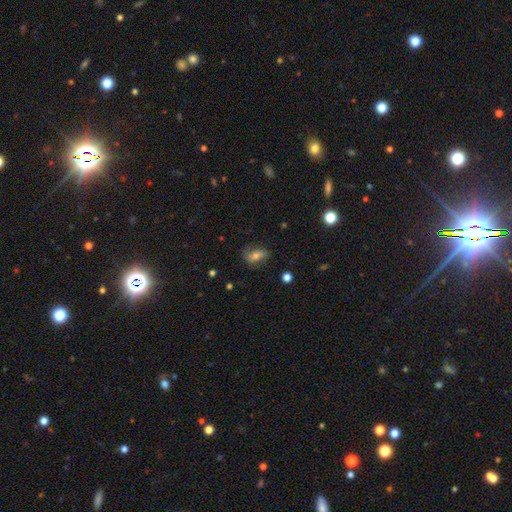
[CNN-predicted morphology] Smooth or featured? smooth (50%)
Merging? none (69%)